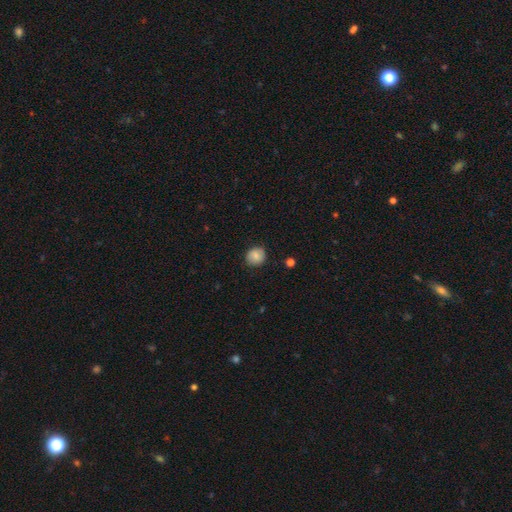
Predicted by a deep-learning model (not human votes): This is clearly a smooth galaxy (84%). How rounded: clearly round (83%). Merging: clearly none (85%).